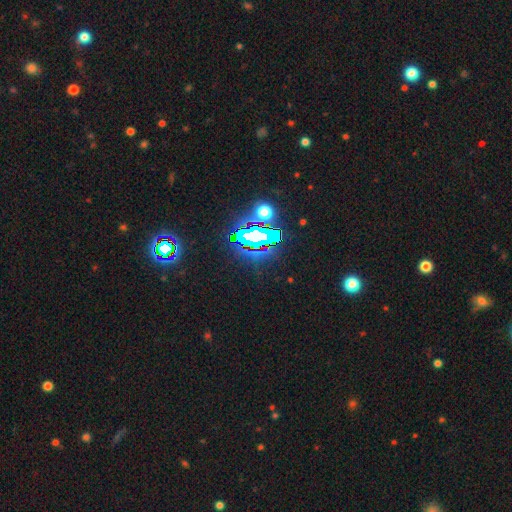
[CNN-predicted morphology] smooth_or_featured: star or artifact (p=0.82) [alt: smooth p=0.11]